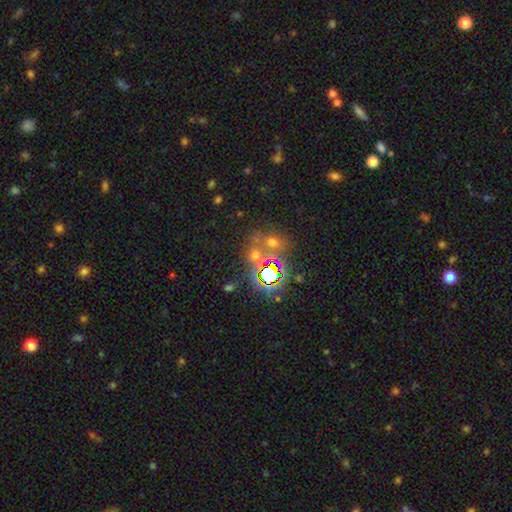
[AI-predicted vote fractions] Smooth or featured: star or artifact — 50% (smooth — 40%)